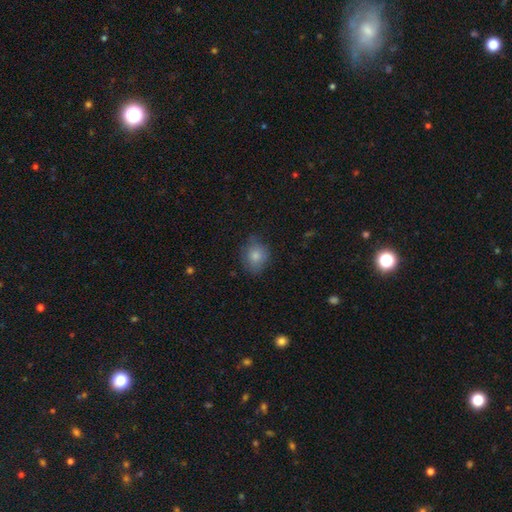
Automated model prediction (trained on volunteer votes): This is clearly a smooth galaxy (81%). How rounded: possibly round (57%). Merging: likely none (71%).